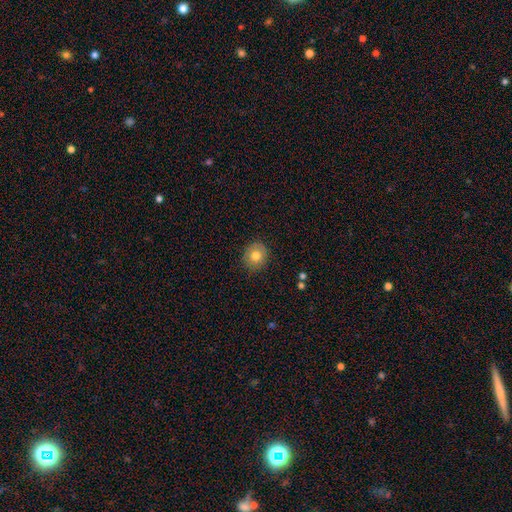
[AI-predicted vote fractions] smooth_or_featured: smooth (p=0.77) [alt: featured or disk p=0.14]
how_rounded: round (p=0.80) [alt: in between p=0.19]
merging: none (p=0.86) [alt: minor disturbance p=0.11]